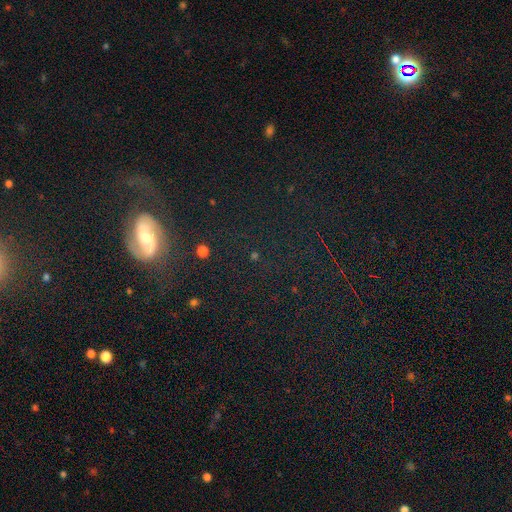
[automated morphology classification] The model was most divided on "smooth or featured": star or artifact: 41%, featured or disk: 35%, smooth: 24%.